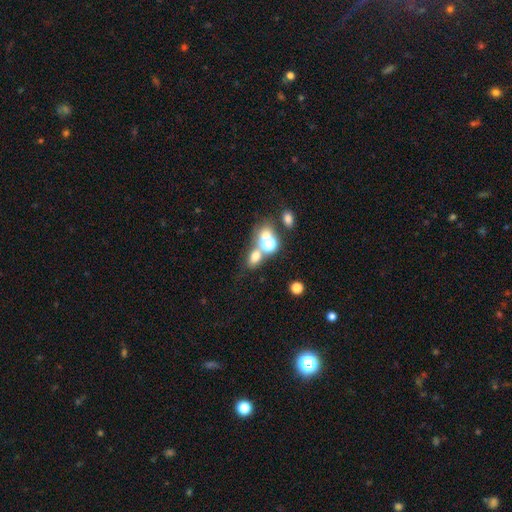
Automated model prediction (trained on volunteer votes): This appears to be a smooth galaxy with no disk features (64%) that is in between round and cigar-shaped (60%). Merging: none (47%).